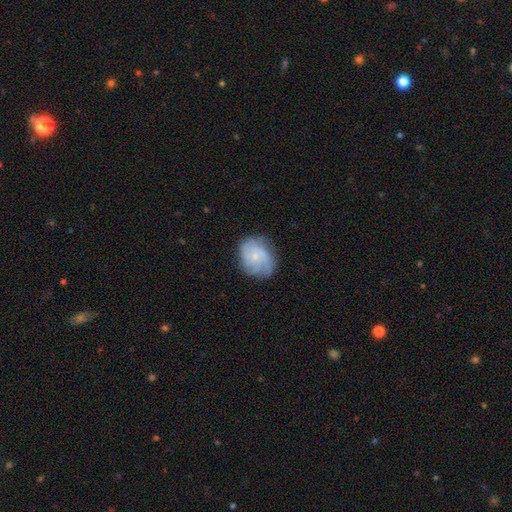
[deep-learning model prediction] Smooth or featured? featured or disk (63%)
Edge-on disk? no (98%)
Bar? no (72%)
Spiral arms? yes (89%)
Spiral winding? tight (44%)
Spiral arm count? can't tell (33%)
Bulge size? small (68%)
Merging? none (70%)